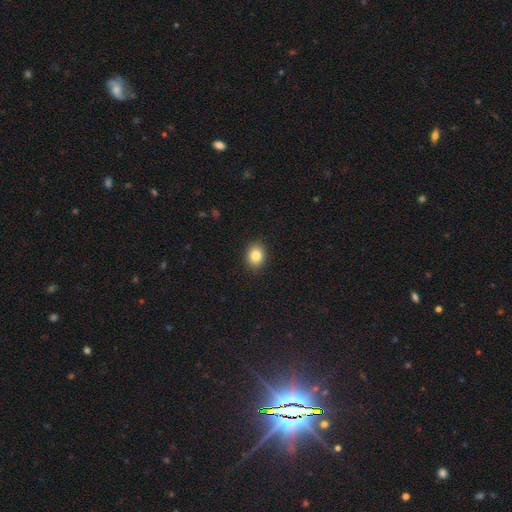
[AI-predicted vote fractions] This appears to be a smooth galaxy with no disk features (84%) that is in between round and cigar-shaped (52%). Merging: none (90%).